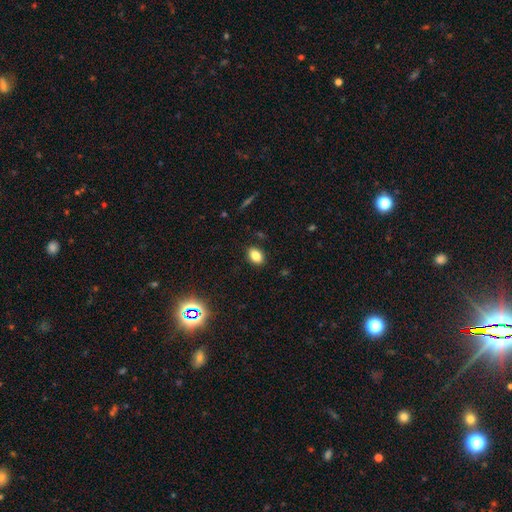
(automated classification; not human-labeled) Q: Smooth or featured?
A: smooth (83%); runner-up: star or artifact (11%)
Q: How rounded?
A: in between (83%); runner-up: round (15%)
Q: Merging?
A: none (88%); runner-up: minor disturbance (8%)